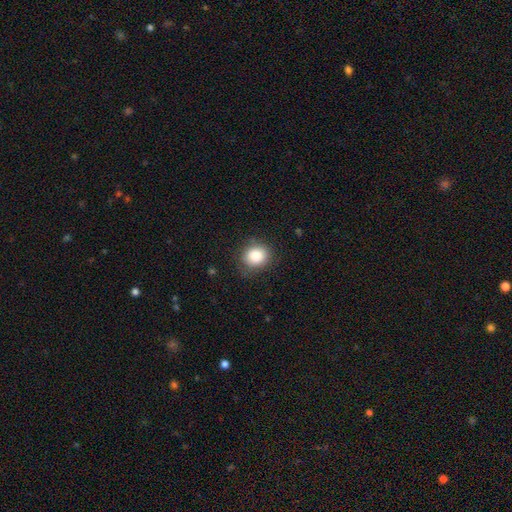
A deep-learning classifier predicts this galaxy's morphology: smooth 85%, star or artifact 9%, featured or disk 6%. Down the decision tree: how rounded — round (73%); merging — none (81%).